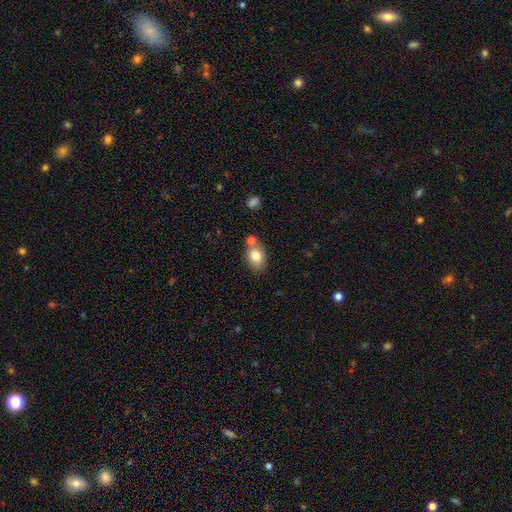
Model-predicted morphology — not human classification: This appears to be a smooth galaxy with no disk features (80%) that is in between round and cigar-shaped (72%). Merging: none (60%).